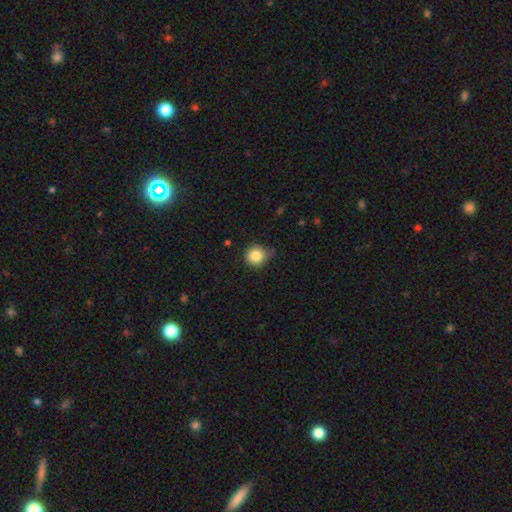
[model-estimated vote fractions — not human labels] This appears to be a smooth galaxy with no disk features (85%) that is round (92%). Merging: none (68%).